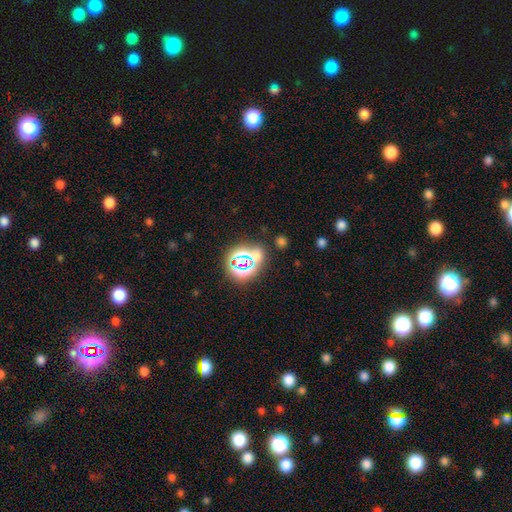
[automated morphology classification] A star or artifact, not a galaxy (56%).